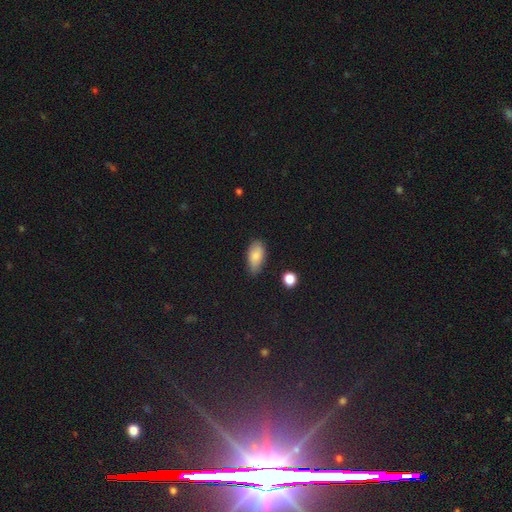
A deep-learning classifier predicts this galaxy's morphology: The model was most divided on "merging": none: 72%, minor disturbance: 22%, major disturbance: 4%, merger: 2%. More confident: how rounded — in between (90%); smooth or featured — smooth (83%).